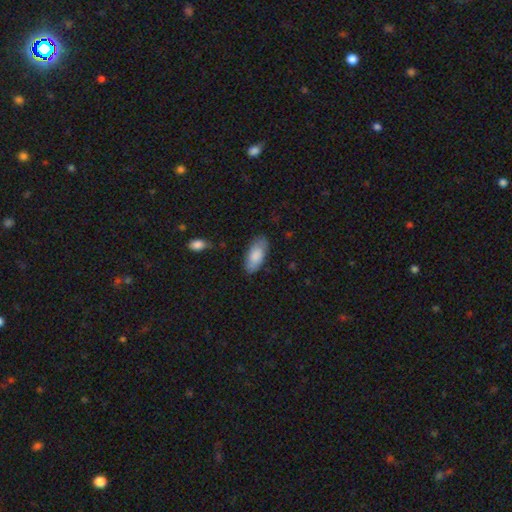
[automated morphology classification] This is clearly a smooth galaxy (82%). How rounded: clearly in between (89%). Merging: likely none (77%).